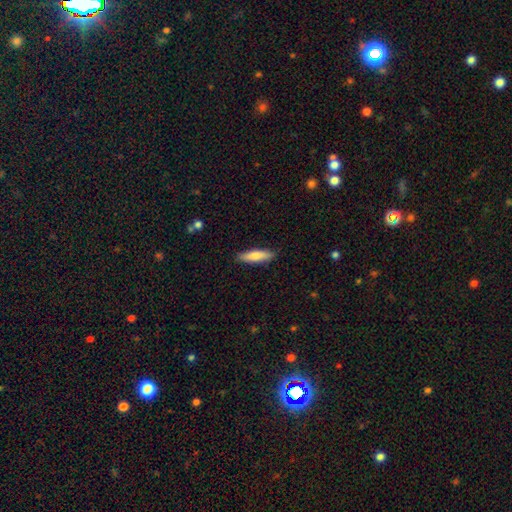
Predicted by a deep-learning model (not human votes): A smooth galaxy with no disk features (78%) that is cigar-shaped (69%). Merging: none (88%).